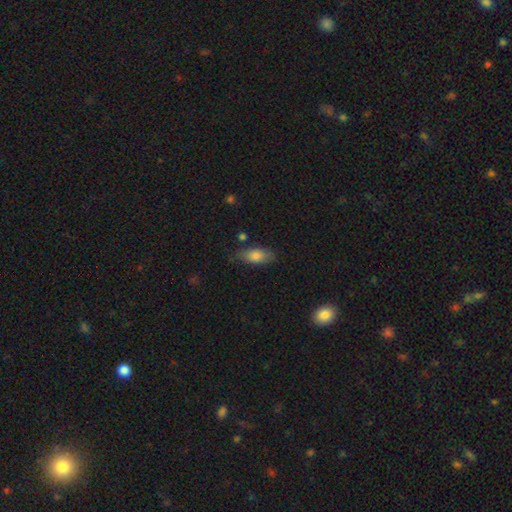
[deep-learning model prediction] A smooth galaxy with no disk features (79%) that is in between round and cigar-shaped (84%). Merging: none (77%).